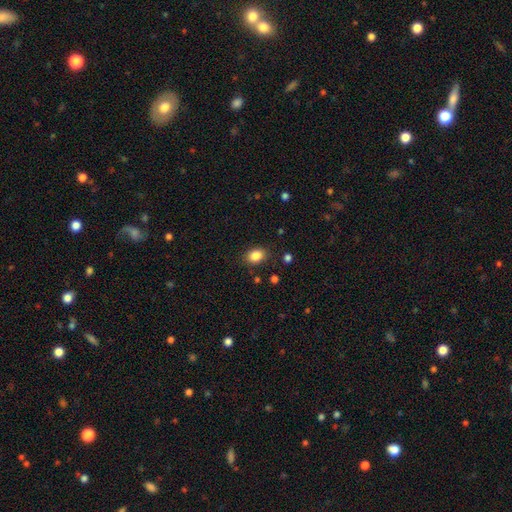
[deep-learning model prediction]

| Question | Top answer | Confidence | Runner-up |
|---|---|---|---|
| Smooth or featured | smooth | 85% | star or artifact (9%) |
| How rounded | in between | 70% | round (29%) |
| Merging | none | 84% | minor disturbance (11%) |